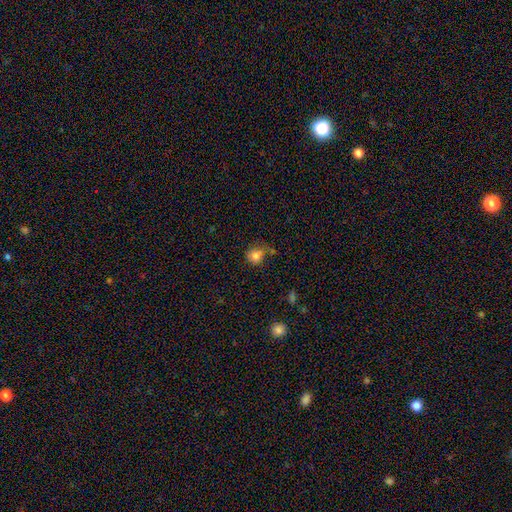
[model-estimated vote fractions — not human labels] A smooth galaxy with no disk features (80%) that is round (81%).

Vote fractions:
- Smooth or featured? smooth: 80% / star or artifact: 12% / featured or disk: 8%
- How rounded? round: 81% / in between: 19% / cigar-shaped: 1%
- Merging? none: 58% / minor disturbance: 23% / merger: 12% / major disturbance: 8%